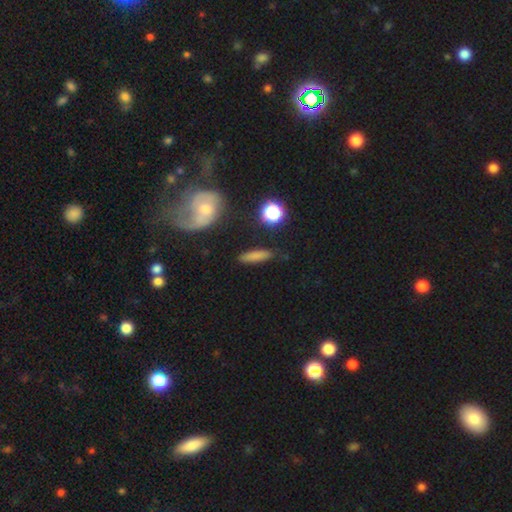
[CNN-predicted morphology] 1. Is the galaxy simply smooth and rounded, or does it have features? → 77% smooth, 12% featured or disk, 11% star or artifact.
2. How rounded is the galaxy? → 72% cigar-shaped, 23% in between, 5% round.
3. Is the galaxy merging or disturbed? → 83% none, 11% minor disturbance, 3% major disturbance, 3% merger.